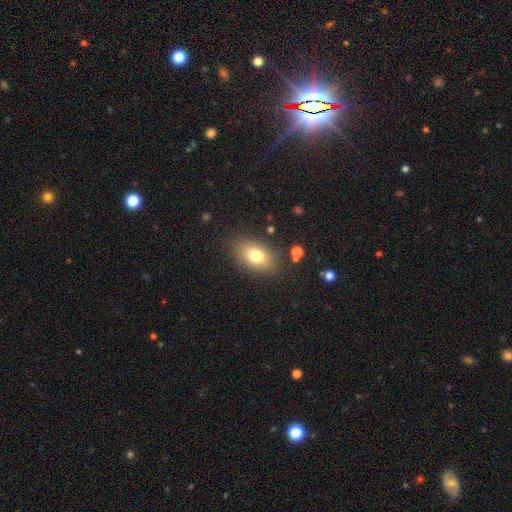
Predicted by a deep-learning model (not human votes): smooth 76%, featured or disk 14%, star or artifact 10%. Down the decision tree: how rounded — in between (85%); merging — none (84%).